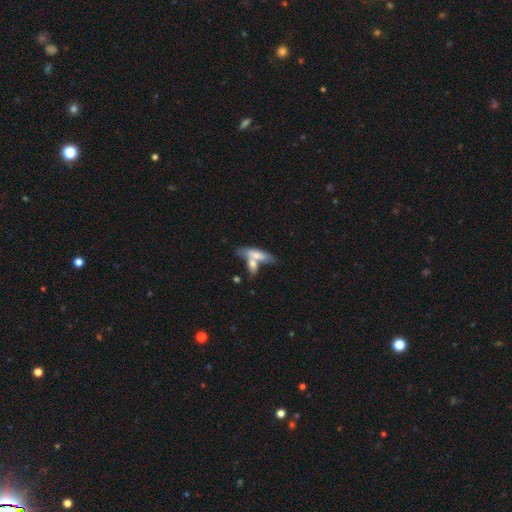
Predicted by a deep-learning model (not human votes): The model was most divided on "how rounded": cigar-shaped: 53%, in between: 44%, round: 3%. Remaining: smooth or featured — smooth (67%); merging — merger (46%).